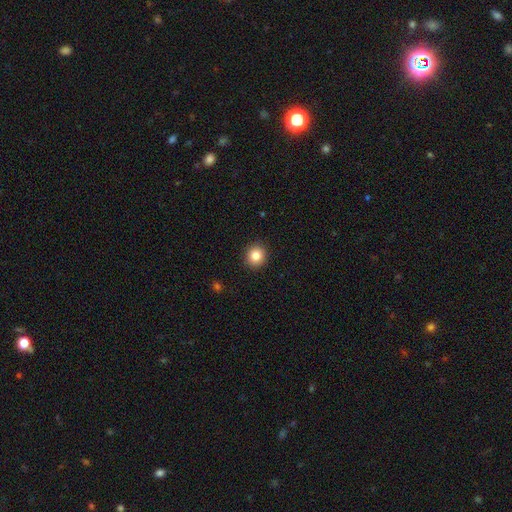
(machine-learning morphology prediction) Smooth or featured?
  - smooth: 84% *
  - star or artifact: 10%
  - featured or disk: 6%
How rounded?
  - round: 86% *
  - in between: 13%
  - cigar-shaped: 1%
Merging?
  - none: 92% *
  - minor disturbance: 6%
  - major disturbance: 2%
  - merger: 1%